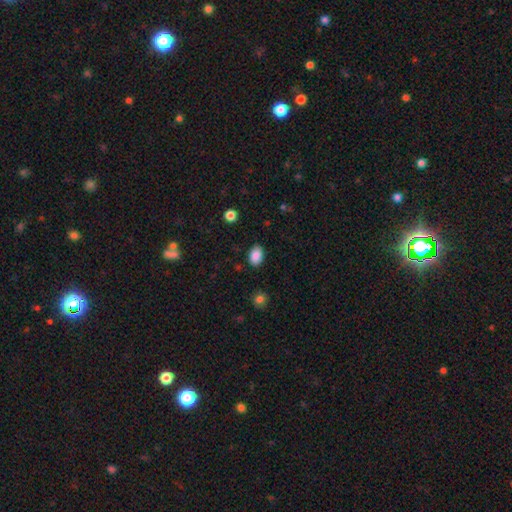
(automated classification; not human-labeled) Smooth or featured: smooth — 88% (star or artifact — 8%)
How rounded: in between — 85% (round — 14%)
Merging: none — 86% (minor disturbance — 10%)